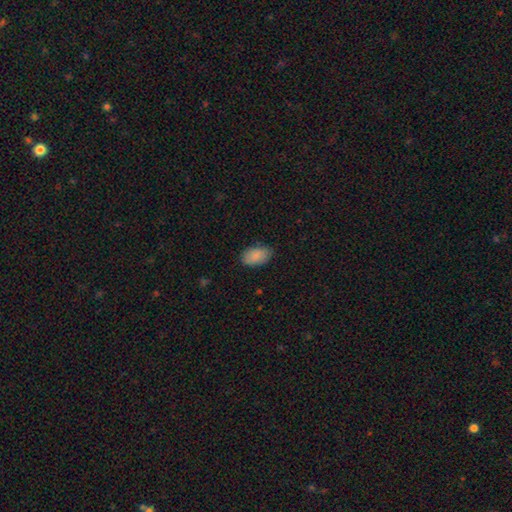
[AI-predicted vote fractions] This is clearly a smooth galaxy (88%). How rounded: clearly in between (93%). Merging: clearly none (80%).